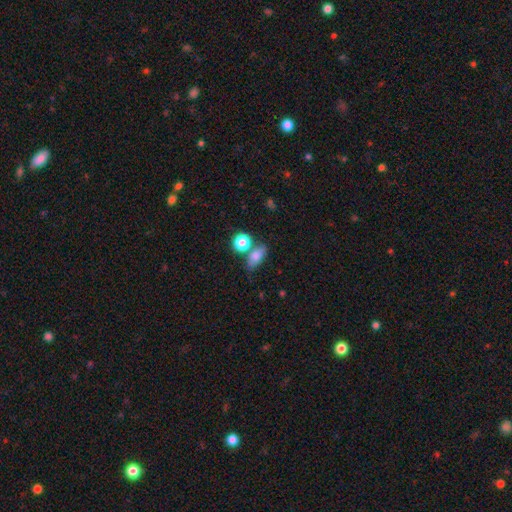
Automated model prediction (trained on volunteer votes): Q: Smooth or featured?
A: smooth (75%); runner-up: featured or disk (13%)
Q: How rounded?
A: in between (70%); runner-up: round (21%)
Q: Merging?
A: none (53%); runner-up: merger (21%)